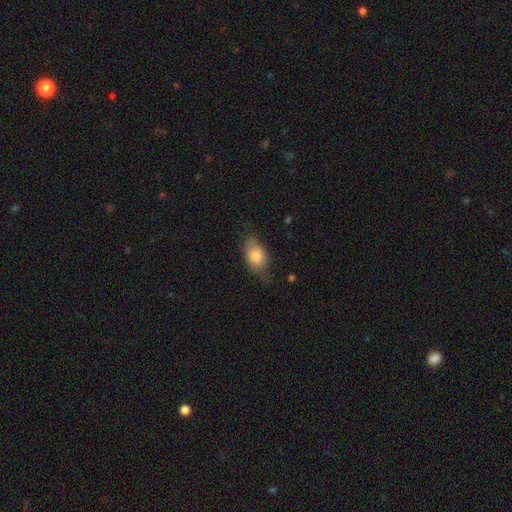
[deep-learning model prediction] A smooth galaxy with no disk features (78%) that is in between round and cigar-shaped (87%).

Vote fractions:
- Smooth or featured? smooth: 78% / featured or disk: 16% / star or artifact: 7%
- How rounded? in between: 87% / round: 10% / cigar-shaped: 3%
- Merging? none: 59% / minor disturbance: 31% / major disturbance: 9% / merger: 1%